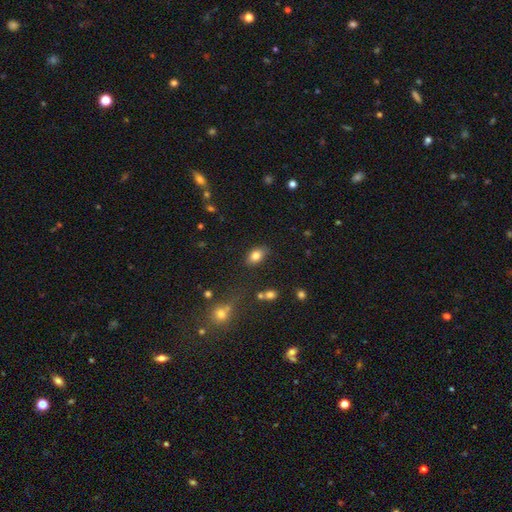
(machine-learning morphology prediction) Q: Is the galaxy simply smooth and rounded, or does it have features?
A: smooth — 81%.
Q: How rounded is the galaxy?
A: in between — 86%.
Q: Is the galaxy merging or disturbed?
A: none — 82%.